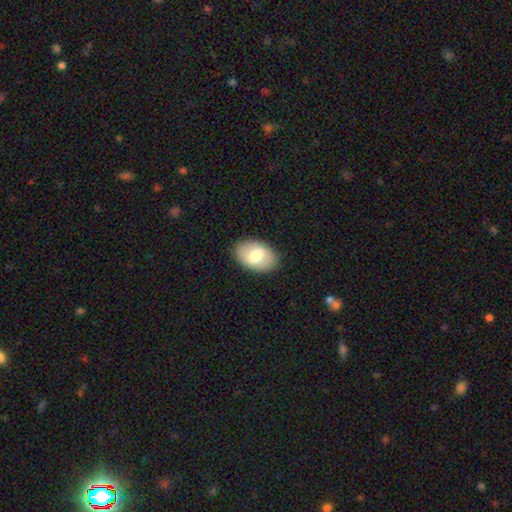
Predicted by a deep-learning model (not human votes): smooth_or_featured: smooth (p=0.70) [alt: featured or disk p=0.23]
how_rounded: in between (p=0.88) [alt: round p=0.11]
merging: none (p=0.87) [alt: minor disturbance p=0.10]